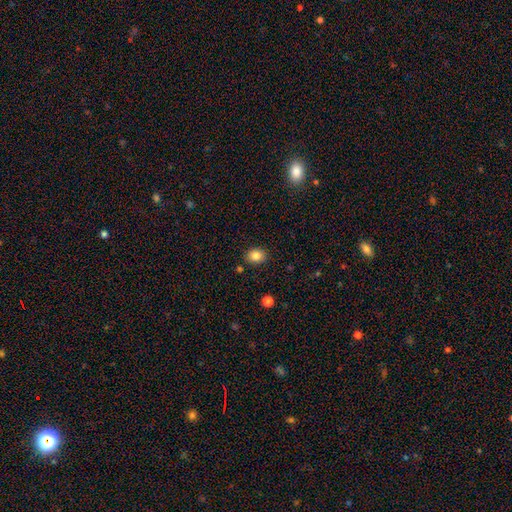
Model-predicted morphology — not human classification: This is clearly a smooth galaxy (85%). How rounded: possibly round (53%). Merging: clearly none (87%).